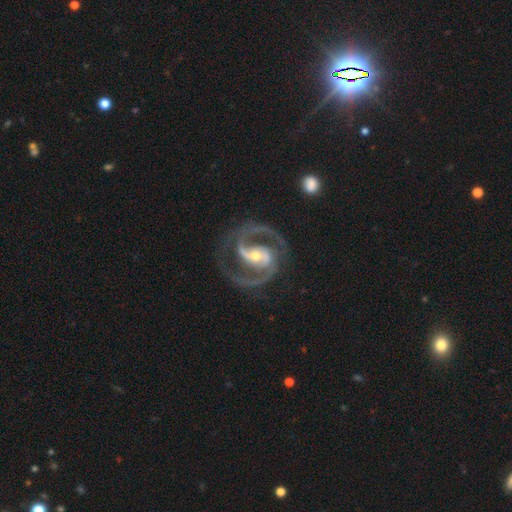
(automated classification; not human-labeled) Smooth or featured? Predicted: featured or disk (p=0.93). Edge-on disk? Predicted: no (p=0.98). Bar? Predicted: strong (p=0.42). Spiral arms? Predicted: yes (p=0.98). Spiral winding? Predicted: medium (p=0.64). Spiral arm count? Predicted: 2 (p=0.93). Bulge size? Predicted: moderate (p=0.55). Merging? Predicted: none (p=0.80).